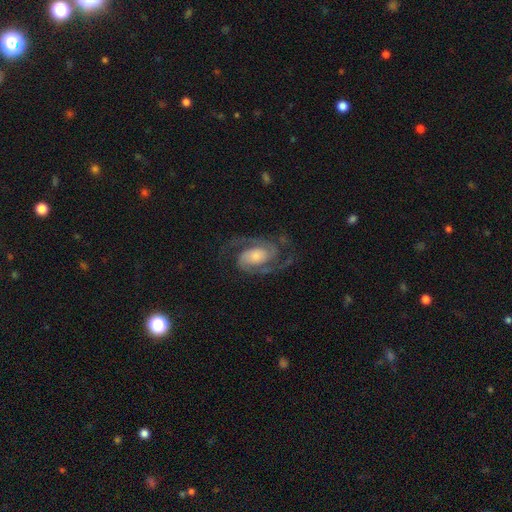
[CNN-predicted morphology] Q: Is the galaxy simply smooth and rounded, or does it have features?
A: featured or disk — 91%.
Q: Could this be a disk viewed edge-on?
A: no — 98%.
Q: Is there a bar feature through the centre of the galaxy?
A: no — 58%.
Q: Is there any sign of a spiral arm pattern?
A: yes — 98%.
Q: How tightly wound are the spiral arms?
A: medium — 53%.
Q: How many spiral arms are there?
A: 2 — 89%.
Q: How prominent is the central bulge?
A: small — 41%.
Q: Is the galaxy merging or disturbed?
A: none — 75%.